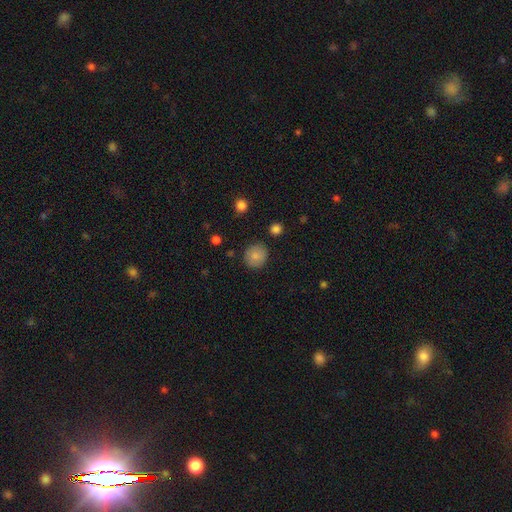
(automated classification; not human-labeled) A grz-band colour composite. It shows a smooth galaxy with no disk features (83%) that is round (86%). Merging: none (85%).